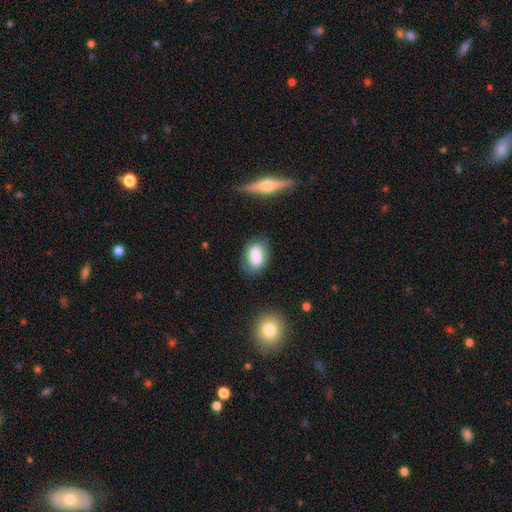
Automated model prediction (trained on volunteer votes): smooth_or_featured: smooth (p=0.84) [alt: featured or disk p=0.09]
how_rounded: in between (p=0.87) [alt: round p=0.12]
merging: none (p=0.73) [alt: minor disturbance p=0.20]